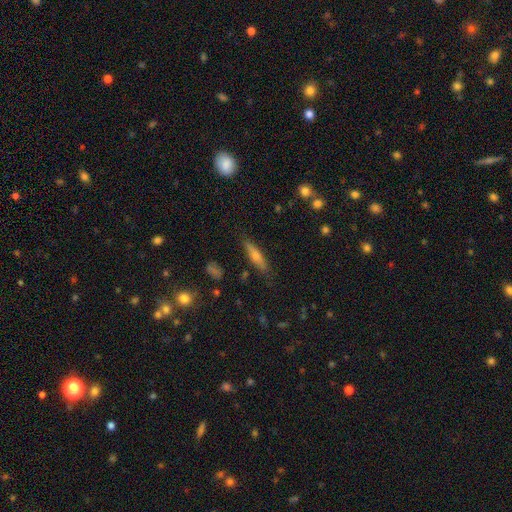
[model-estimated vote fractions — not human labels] smooth-or-featured: smooth: 62% | featured or disk: 30% | star or artifact: 7%
  how-rounded: cigar-shaped: 78% | in between: 20% | round: 2%
  merging: none: 81% | minor disturbance: 13% | major disturbance: 3% | merger: 2%